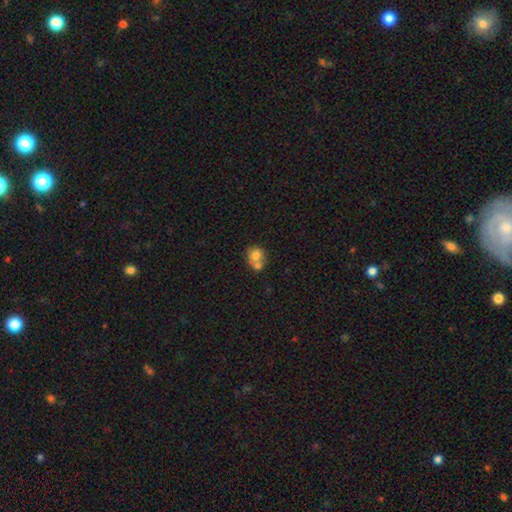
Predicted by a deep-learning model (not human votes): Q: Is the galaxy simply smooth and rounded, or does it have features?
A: smooth — 74%.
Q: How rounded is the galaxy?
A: round — 79%.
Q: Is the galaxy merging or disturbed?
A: merger — 51%.